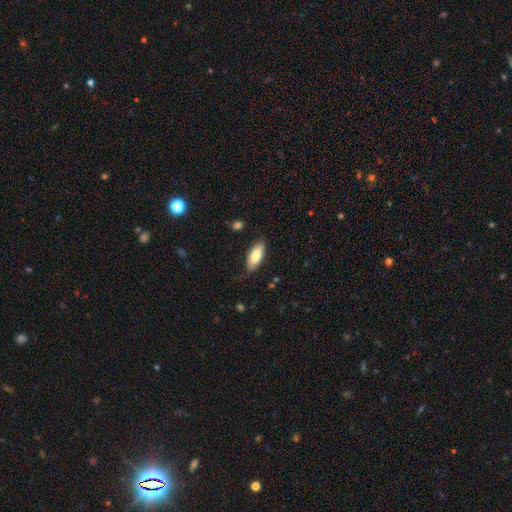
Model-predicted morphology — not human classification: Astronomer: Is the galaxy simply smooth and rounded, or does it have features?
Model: smooth — 82%.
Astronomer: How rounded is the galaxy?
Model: in between — 82%.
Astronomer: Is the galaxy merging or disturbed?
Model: none — 78%.